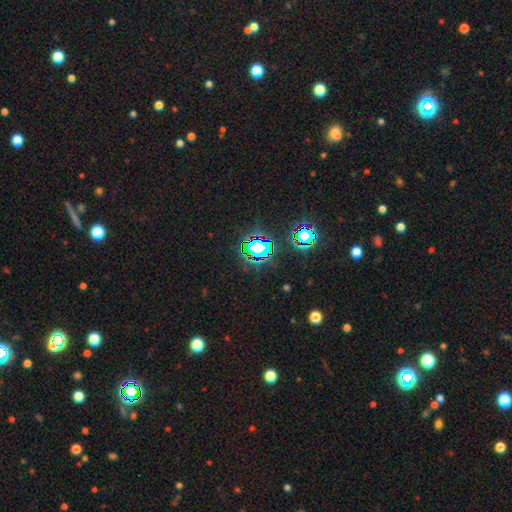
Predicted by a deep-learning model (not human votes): This is likely a star or artifact rather than a galaxy (76%).